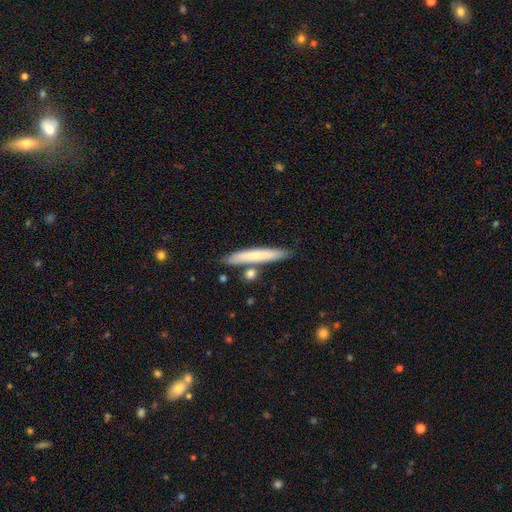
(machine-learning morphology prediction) smooth-or-featured: smooth: 67% | featured or disk: 28% | star or artifact: 6%
  how-rounded: cigar-shaped: 94% | in between: 5% | round: 1%
  merging: none: 81% | minor disturbance: 11% | merger: 7% | major disturbance: 2%